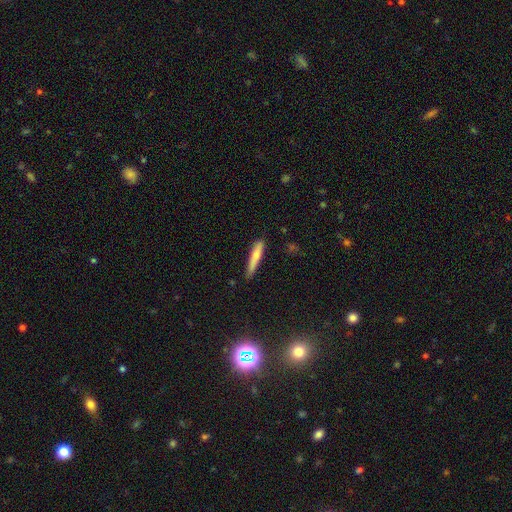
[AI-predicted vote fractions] Smooth or featured? smooth (72%)
How rounded? cigar-shaped (90%)
Merging? none (73%)